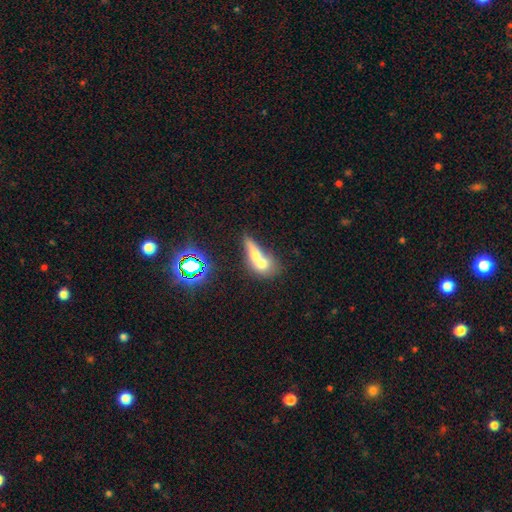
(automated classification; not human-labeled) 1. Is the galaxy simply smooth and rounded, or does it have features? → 58% smooth, 29% featured or disk, 13% star or artifact.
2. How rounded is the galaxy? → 53% in between, 25% round, 22% cigar-shaped.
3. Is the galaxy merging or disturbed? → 66% merger, 18% none, 8% minor disturbance, 8% major disturbance.